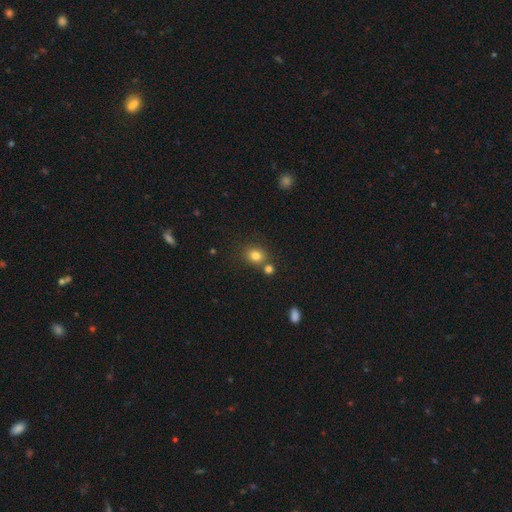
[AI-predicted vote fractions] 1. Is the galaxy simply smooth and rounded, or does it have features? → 80% smooth, 13% star or artifact, 7% featured or disk.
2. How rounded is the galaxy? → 74% round, 25% in between, 1% cigar-shaped.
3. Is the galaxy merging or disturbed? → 67% none, 20% merger, 10% minor disturbance, 3% major disturbance.